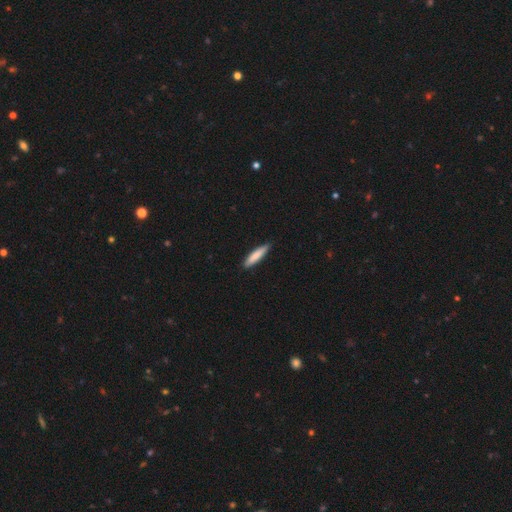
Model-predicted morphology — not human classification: Smooth or featured: smooth — 82% (featured or disk — 13%)
How rounded: cigar-shaped — 83% (in between — 15%)
Merging: none — 87% (minor disturbance — 10%)